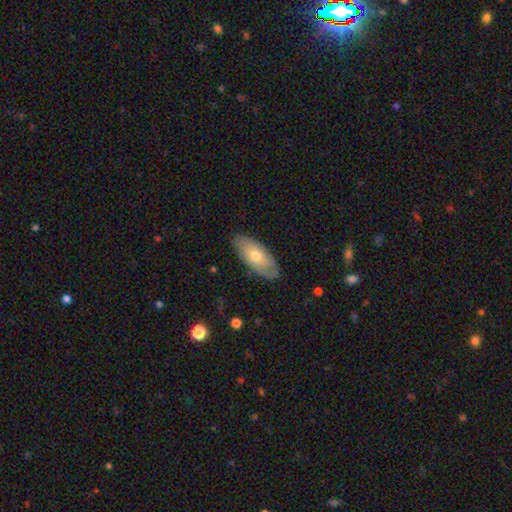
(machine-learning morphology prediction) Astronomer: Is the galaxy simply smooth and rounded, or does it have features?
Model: smooth — 54% (runner-up: featured or disk, 40%).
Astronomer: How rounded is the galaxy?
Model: in between — 88%.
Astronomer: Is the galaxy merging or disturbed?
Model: none — 81%.